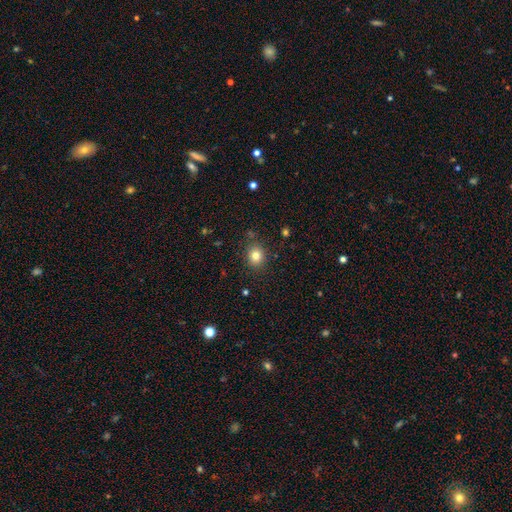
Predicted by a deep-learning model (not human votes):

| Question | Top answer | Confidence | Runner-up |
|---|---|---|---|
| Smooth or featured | smooth | 80% | star or artifact (13%) |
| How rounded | round | 71% | in between (28%) |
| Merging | none | 85% | minor disturbance (10%) |